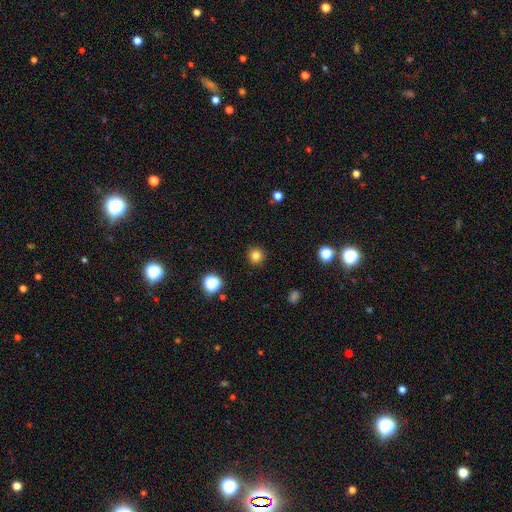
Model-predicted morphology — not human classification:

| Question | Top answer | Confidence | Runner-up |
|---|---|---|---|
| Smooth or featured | smooth | 81% | star or artifact (14%) |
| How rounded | round | 94% | in between (5%) |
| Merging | none | 92% | minor disturbance (5%) |